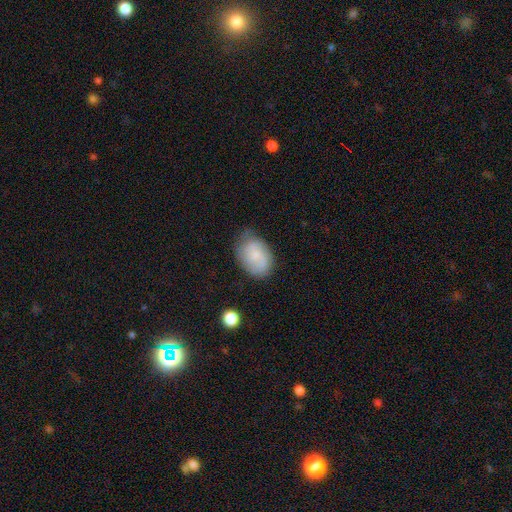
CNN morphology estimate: type=smooth (54%); roundness=in between (80%); merging=none (65%).